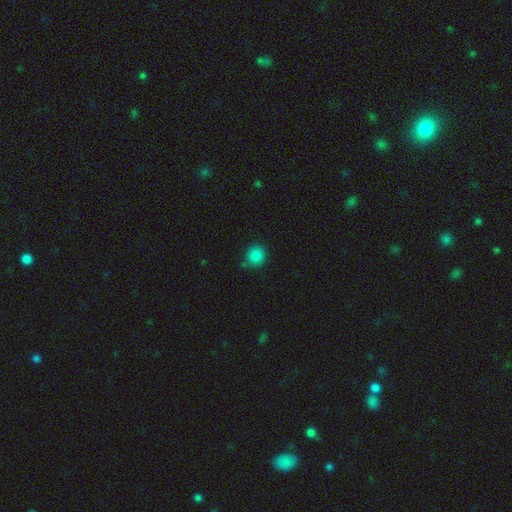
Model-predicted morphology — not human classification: Smooth or featured? Predicted: smooth (p=0.85). How rounded? Predicted: round (p=0.91). Merging? Predicted: none (p=0.76).